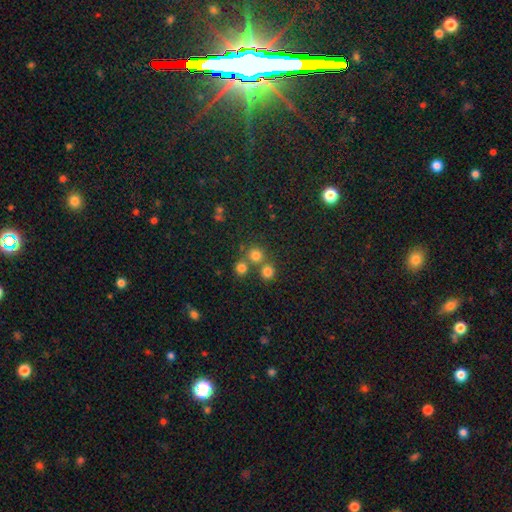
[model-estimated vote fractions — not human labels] smooth-or-featured: smooth: 75% | star or artifact: 18% | featured or disk: 7%
  how-rounded: round: 90% | in between: 9% | cigar-shaped: 1%
  merging: none: 65% | merger: 25% | minor disturbance: 7% | major disturbance: 3%